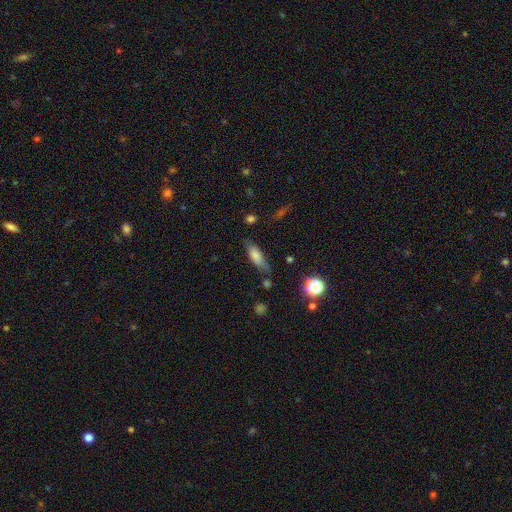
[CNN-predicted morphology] smooth 75%, featured or disk 15%, star or artifact 10%. Down the decision tree: how rounded — in between (66%); merging — none (59%).